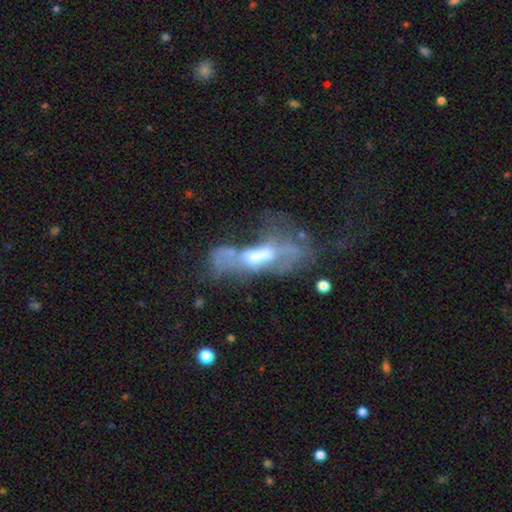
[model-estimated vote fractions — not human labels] A featured or disk galaxy (57%). Merging: major disturbance (41%).